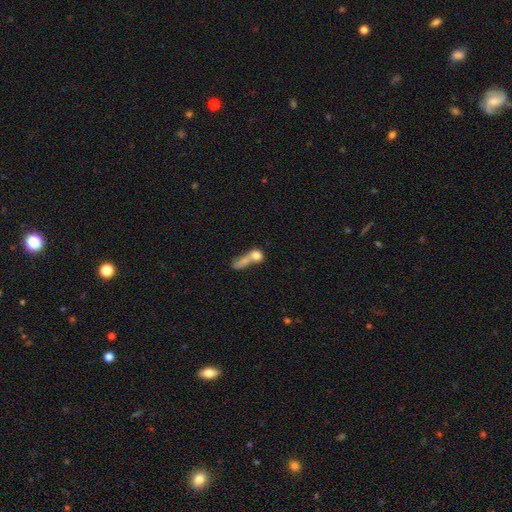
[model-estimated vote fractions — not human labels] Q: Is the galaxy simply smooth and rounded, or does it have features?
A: smooth — 71%.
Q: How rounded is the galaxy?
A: round — 49%.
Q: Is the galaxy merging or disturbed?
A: merger — 66%.